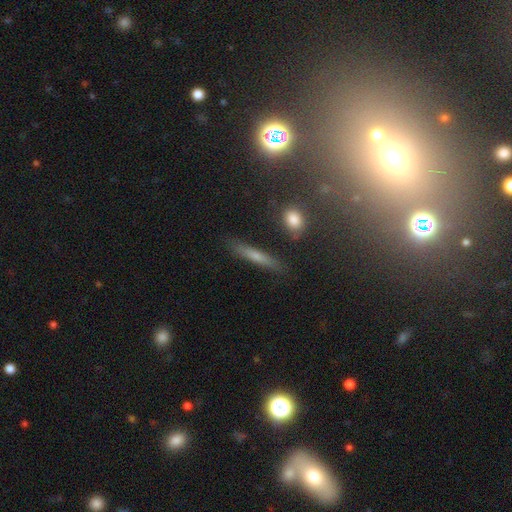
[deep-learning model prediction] This is possibly a smooth galaxy (54%). How rounded: clearly cigar-shaped (91%). Merging: clearly none (85%).